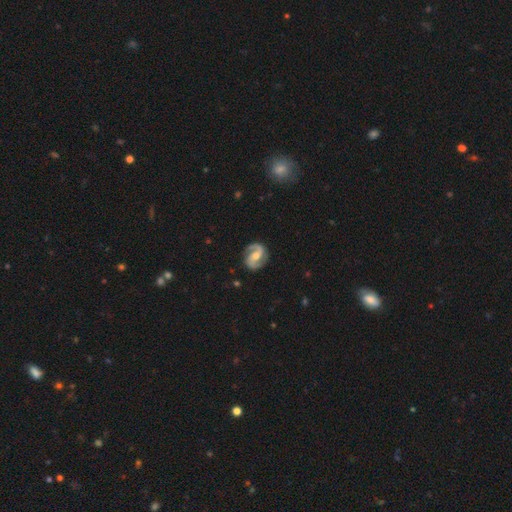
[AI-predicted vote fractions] Overall: featured or disk (89%). Edge-on disk: no (98%). Bar: weak (42%; no 33%). Spiral arms: yes (97%). Spiral arm count: 2 (93%). Spiral winding: medium (54%; tight 25%). Bulge size: moderate (64%; small 29%). Merging: none (85%).